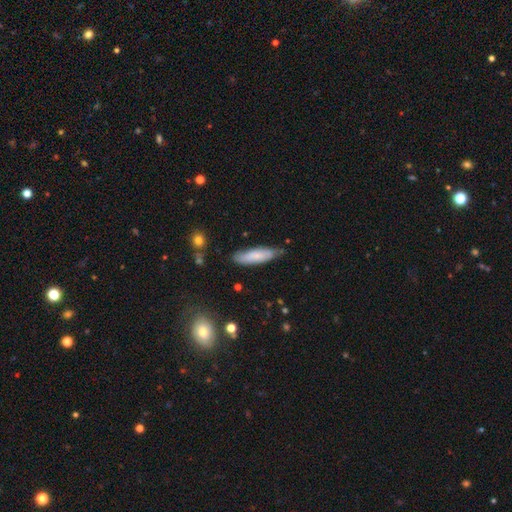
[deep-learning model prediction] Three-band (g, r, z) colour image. It shows a smooth galaxy with no disk features (69%) that is cigar-shaped (60%). Merging: none (71%).